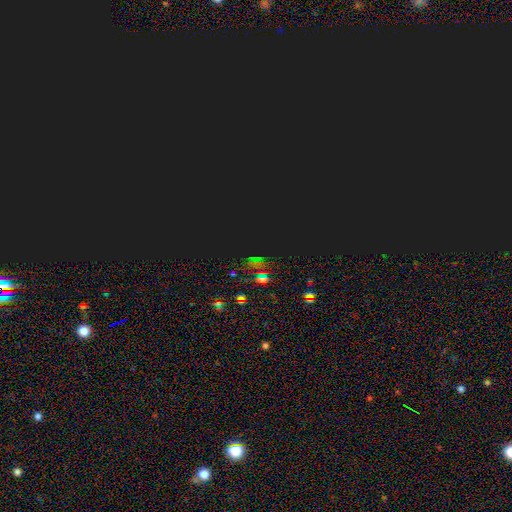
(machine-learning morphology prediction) Smooth or featured? Predicted: star or artifact (p=0.80).